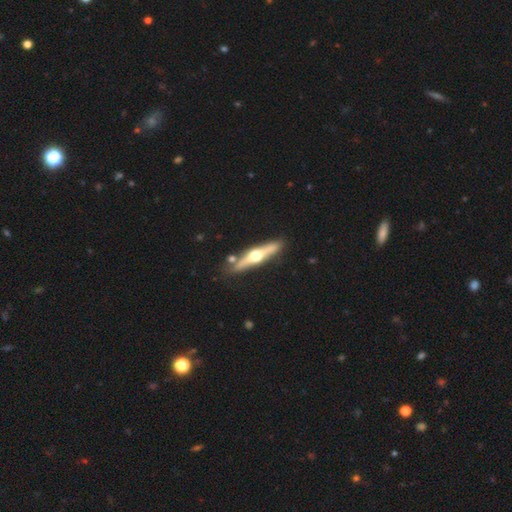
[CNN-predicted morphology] Smooth or featured?
  - featured or disk: 73% *
  - smooth: 22%
  - star or artifact: 5%
Edge-on disk?
  - yes: 96% *
  - no: 4%
Edge-on bulge?
  - rounded: 96% *
  - boxy: 2%
  - none: 2%
Merging?
  - none: 83% *
  - minor disturbance: 10%
  - merger: 5%
  - major disturbance: 2%